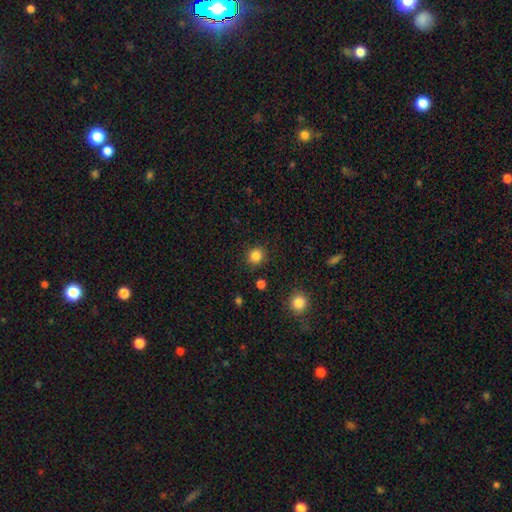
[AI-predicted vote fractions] Q: Smooth or featured?
A: smooth (84%); runner-up: star or artifact (12%)
Q: How rounded?
A: round (87%); runner-up: in between (12%)
Q: Merging?
A: none (89%); runner-up: minor disturbance (7%)